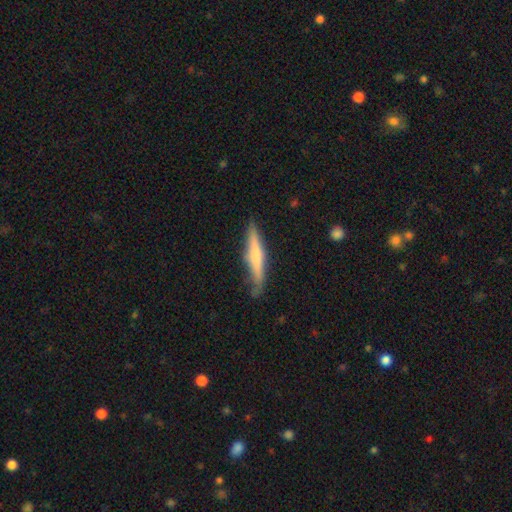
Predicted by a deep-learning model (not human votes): smooth-or-featured: smooth: 54% | featured or disk: 41% | star or artifact: 6%
  how-rounded: cigar-shaped: 91% | in between: 7% | round: 1%
  merging: none: 78% | minor disturbance: 17% | major disturbance: 3% | merger: 2%